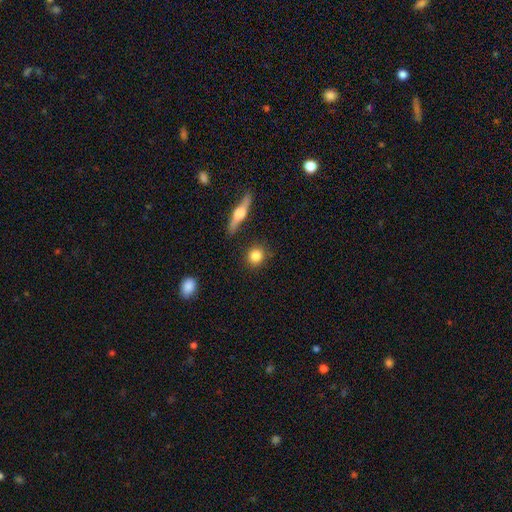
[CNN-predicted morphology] This is clearly a smooth galaxy (82%). How rounded: clearly round (85%). Merging: clearly none (85%).